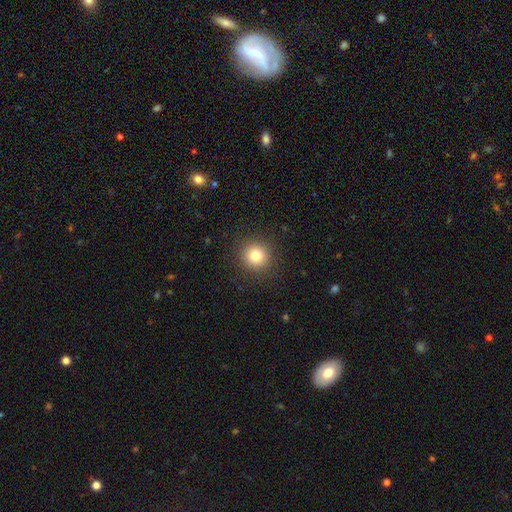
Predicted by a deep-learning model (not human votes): This appears to be a smooth galaxy with no disk features (80%) that is round (94%). Merging: none (91%).